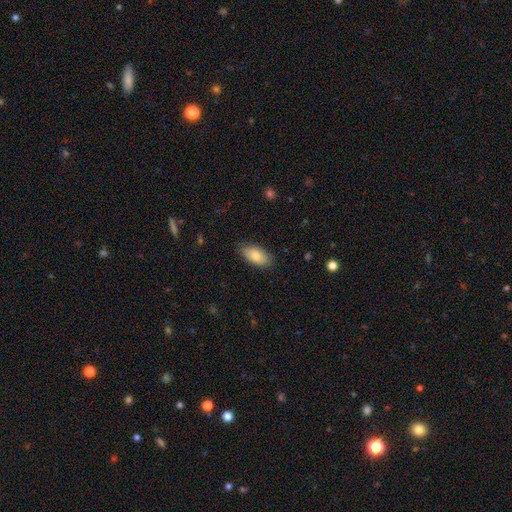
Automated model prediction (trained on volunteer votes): A smooth galaxy with no disk features (79%) that is in between round and cigar-shaped (93%). Merging: none (82%).